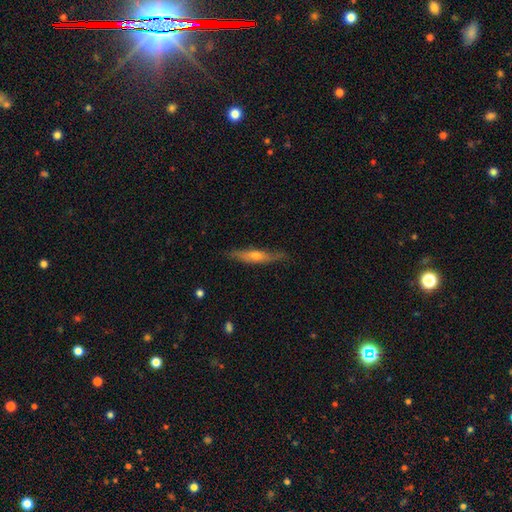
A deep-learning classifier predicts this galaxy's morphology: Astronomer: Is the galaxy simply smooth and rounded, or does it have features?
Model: featured or disk — 58% (runner-up: smooth, 36%).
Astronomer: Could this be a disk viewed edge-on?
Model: yes — 89%.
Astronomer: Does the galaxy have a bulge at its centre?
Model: rounded — 81%.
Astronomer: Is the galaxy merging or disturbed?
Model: none — 81%.